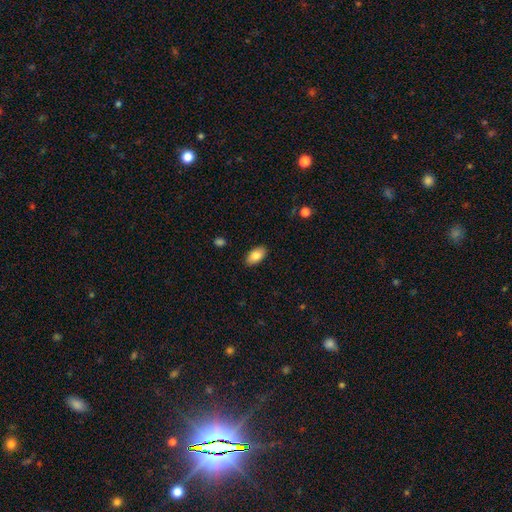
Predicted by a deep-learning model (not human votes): This is clearly a smooth galaxy (84%). How rounded: clearly in between (94%). Merging: clearly none (88%).